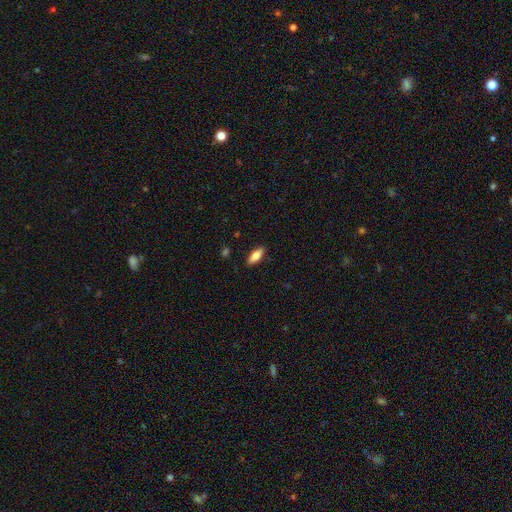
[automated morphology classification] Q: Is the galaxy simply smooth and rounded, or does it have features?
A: smooth — 74%.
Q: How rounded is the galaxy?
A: in between — 71%.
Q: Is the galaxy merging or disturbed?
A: none — 88%.